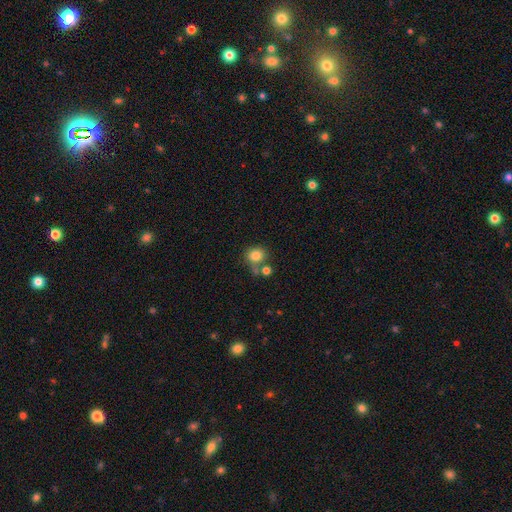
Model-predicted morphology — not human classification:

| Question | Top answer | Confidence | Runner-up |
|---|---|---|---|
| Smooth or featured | smooth | 82% | star or artifact (11%) |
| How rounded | round | 79% | in between (20%) |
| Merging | none | 59% | merger (21%) |